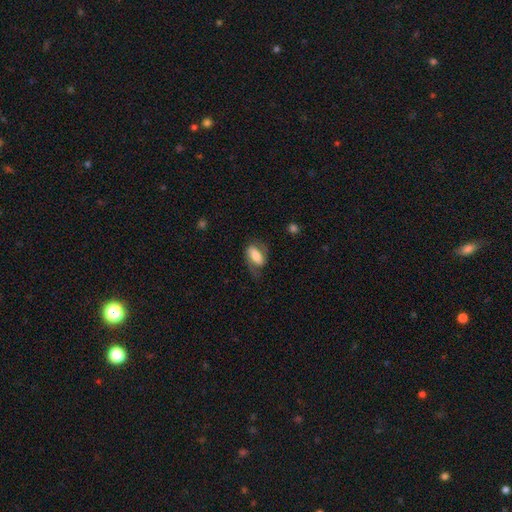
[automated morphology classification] Overall: smooth (50%; featured or disk 44%). Merging: none (56%; minor disturbance 26%).